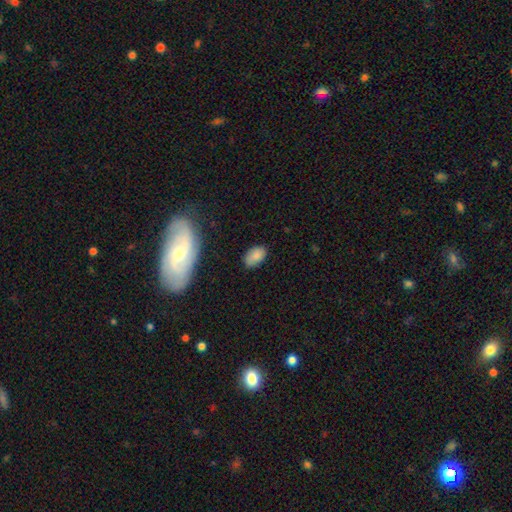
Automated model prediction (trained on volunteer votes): A smooth galaxy with no disk features (83%) that is in between round and cigar-shaped (92%).

Vote fractions:
- Smooth or featured? smooth: 83% / star or artifact: 9% / featured or disk: 8%
- How rounded? in between: 92% / round: 7% / cigar-shaped: 2%
- Merging? none: 77% / minor disturbance: 17% / major disturbance: 3% / merger: 2%